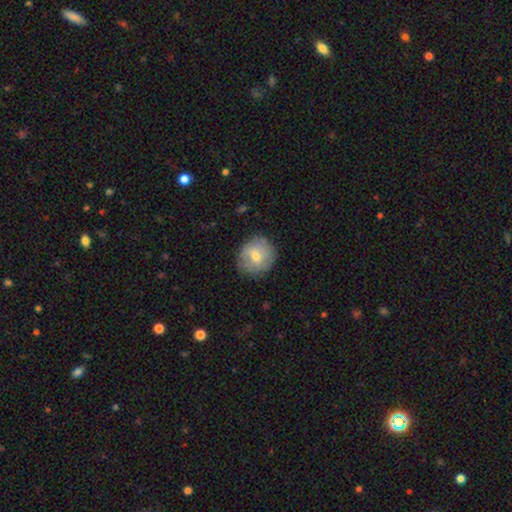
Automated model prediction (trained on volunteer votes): This appears to be a smooth galaxy with no disk features (65%) that is round (89%). Merging: none (83%).